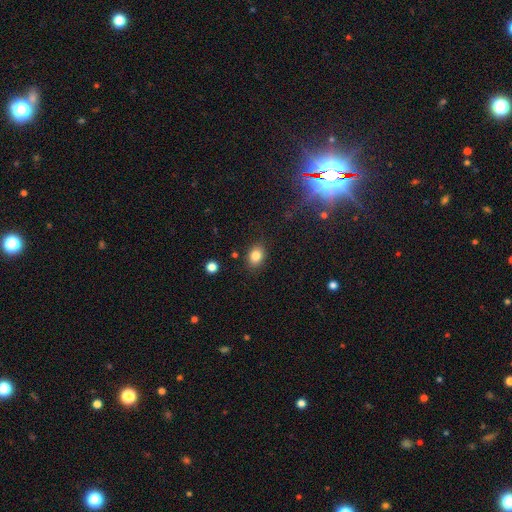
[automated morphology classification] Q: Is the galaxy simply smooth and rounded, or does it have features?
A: smooth — 83%.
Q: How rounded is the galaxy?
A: in between — 60%.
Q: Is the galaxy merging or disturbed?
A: none — 84%.